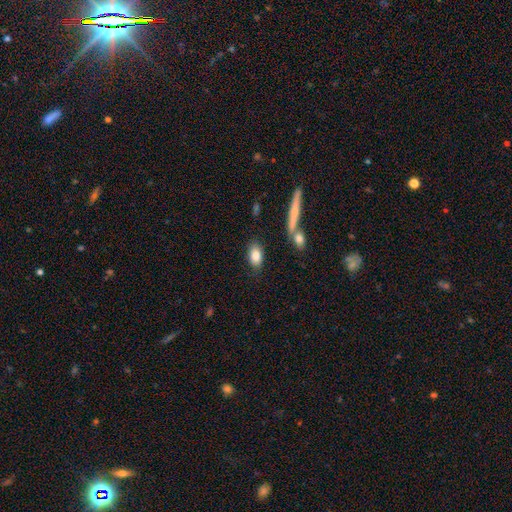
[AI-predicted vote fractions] Smooth or featured: smooth — 83% (featured or disk — 10%)
How rounded: in between — 86% (round — 9%)
Merging: none — 79% (minor disturbance — 12%)